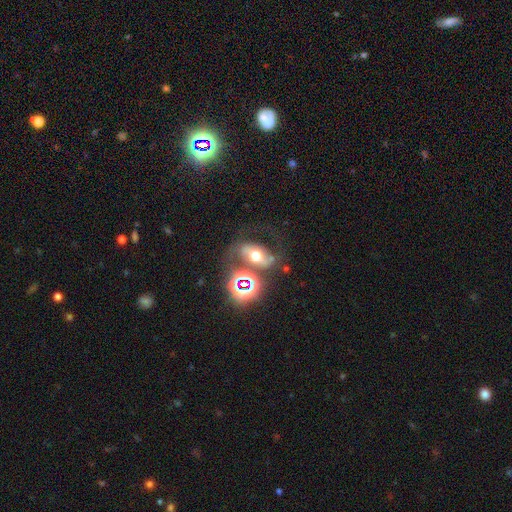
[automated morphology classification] A featured or disk galaxy (45%). Merging: none (47%).